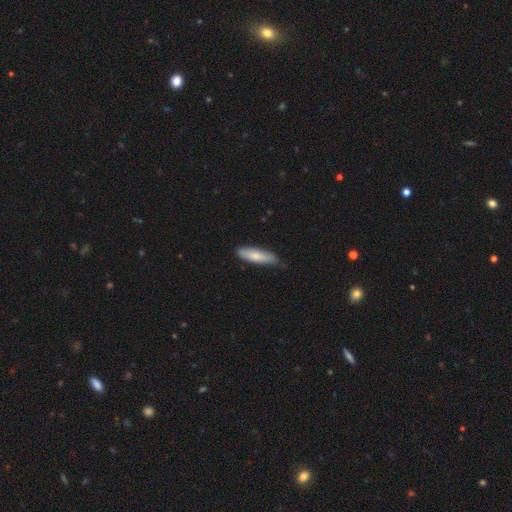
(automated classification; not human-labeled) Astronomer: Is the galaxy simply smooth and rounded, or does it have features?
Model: smooth — 74%.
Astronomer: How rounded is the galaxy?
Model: cigar-shaped — 59% (runner-up: in between, 40%).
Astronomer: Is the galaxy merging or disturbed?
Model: none — 72%.